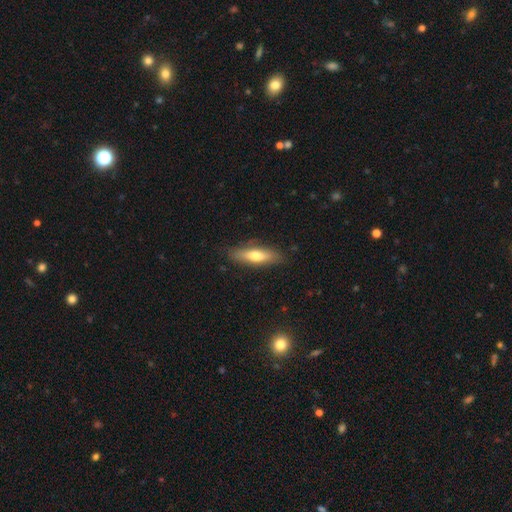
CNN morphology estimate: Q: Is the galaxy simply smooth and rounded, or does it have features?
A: smooth — 63%.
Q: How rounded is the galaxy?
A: cigar-shaped — 61%.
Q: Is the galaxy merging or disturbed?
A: none — 83%.